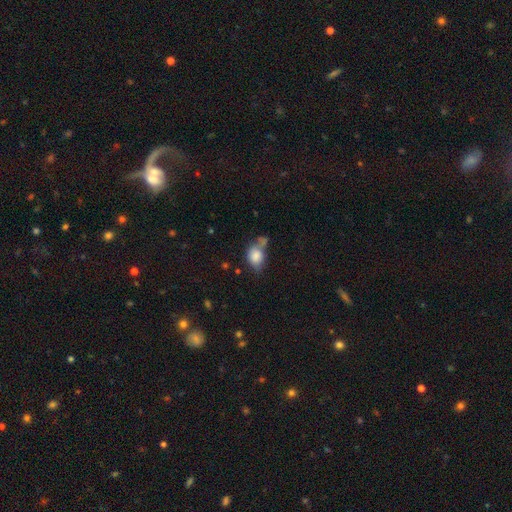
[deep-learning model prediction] Q: Smooth or featured?
A: smooth (81%); runner-up: featured or disk (10%)
Q: How rounded?
A: in between (66%); runner-up: round (33%)
Q: Merging?
A: none (35%); runner-up: merger (28%)